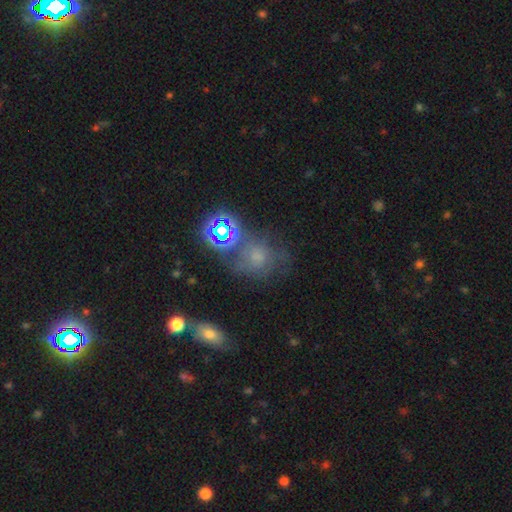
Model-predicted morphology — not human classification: This is possibly a smooth galaxy (47%). Merging: possibly none (47%).